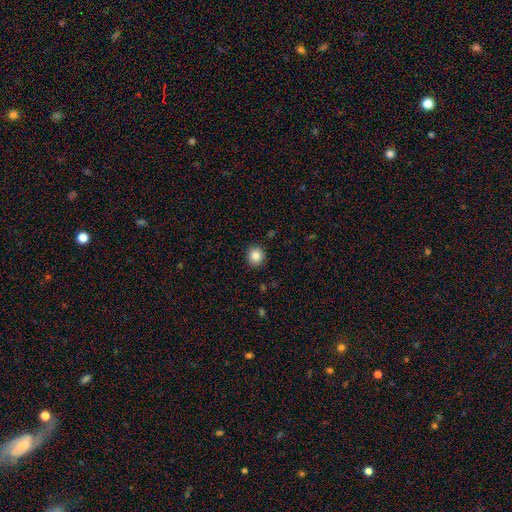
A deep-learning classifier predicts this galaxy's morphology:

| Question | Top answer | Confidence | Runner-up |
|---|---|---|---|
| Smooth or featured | smooth | 84% | star or artifact (10%) |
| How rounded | round | 89% | in between (10%) |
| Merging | none | 91% | minor disturbance (6%) |